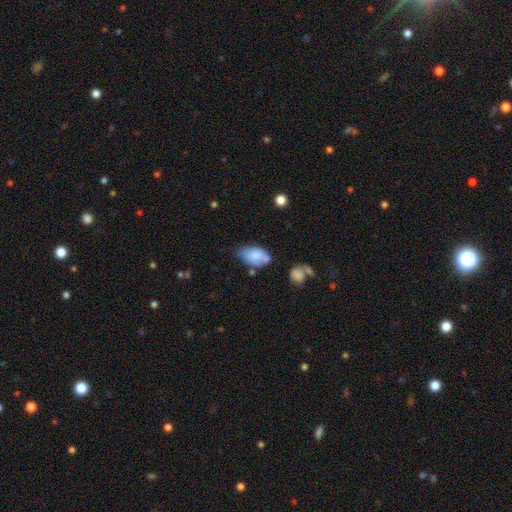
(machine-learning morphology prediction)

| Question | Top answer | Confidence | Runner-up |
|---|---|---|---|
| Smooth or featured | smooth | 76% | featured or disk (16%) |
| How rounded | in between | 92% | round (6%) |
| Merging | none | 44% | minor disturbance (33%) |